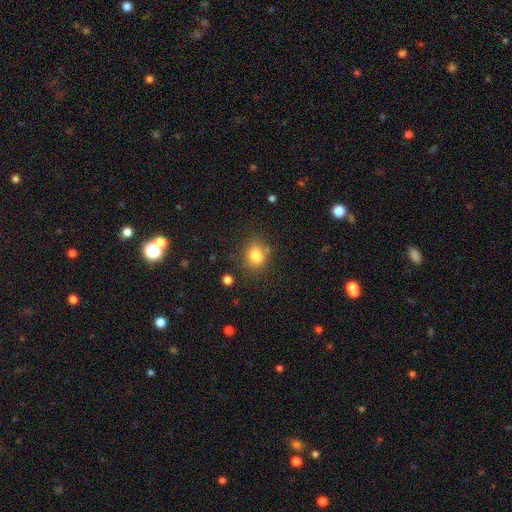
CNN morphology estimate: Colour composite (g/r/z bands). It shows a smooth galaxy with no disk features (81%) that is round (54%). Merging: none (65%).